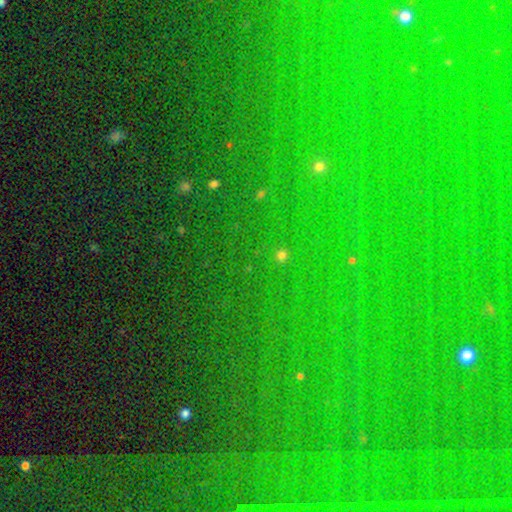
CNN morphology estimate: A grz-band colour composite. It shows a star or artifact, not a galaxy (81%).